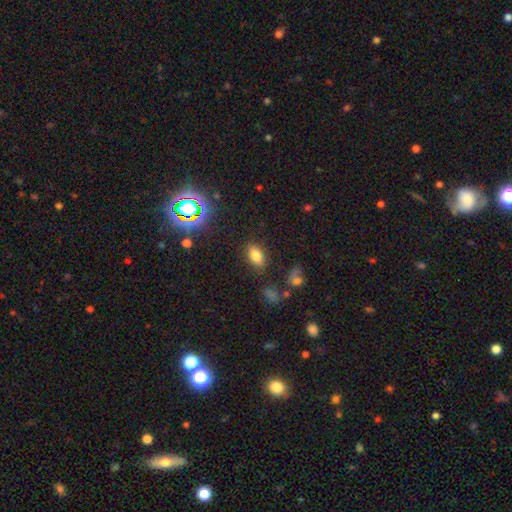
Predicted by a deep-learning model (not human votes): This is likely a smooth galaxy (77%). How rounded: clearly in between (88%). Merging: clearly none (83%).